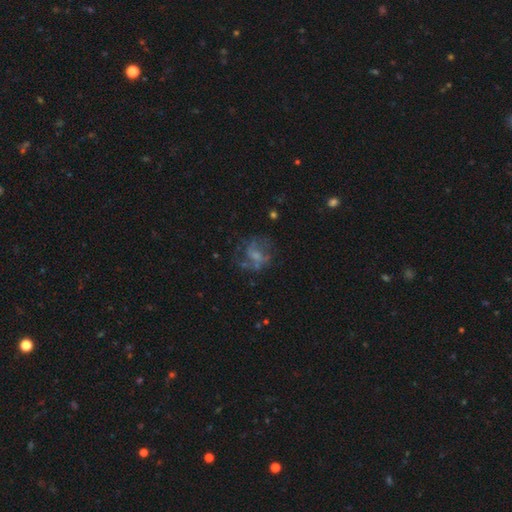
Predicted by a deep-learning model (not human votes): Smooth or featured?
  - featured or disk: 58% *
  - smooth: 29%
  - star or artifact: 13%
Edge-on disk?
  - no: 98% *
  - yes: 2%
Bar?
  - no: 56% *
  - weak: 35%
  - strong: 8%
Spiral arms?
  - yes: 59% *
  - no: 41%
Bulge size?
  - none: 32% *
  - small: 31%
  - moderate: 29%
  - large: 6%
  - dominant: 1%
Merging?
  - none: 50% *
  - major disturbance: 27%
  - minor disturbance: 19%
  - merger: 4%